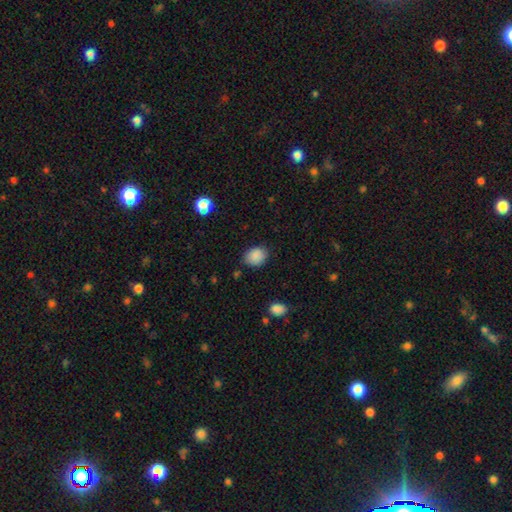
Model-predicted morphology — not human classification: Overall: smooth (88%). How rounded: in between (53%; round 46%). Merging: none (79%).